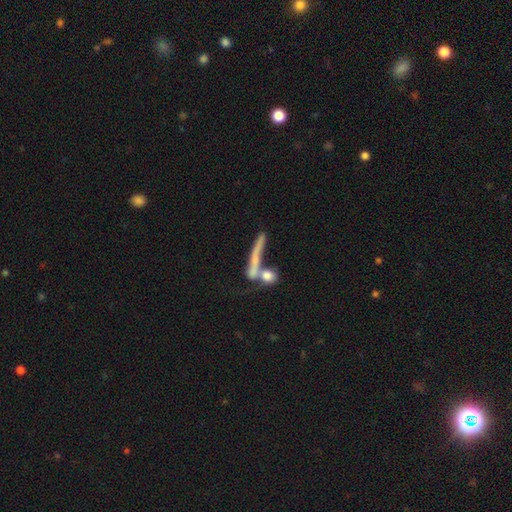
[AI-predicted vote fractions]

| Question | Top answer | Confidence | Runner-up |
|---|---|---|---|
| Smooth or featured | smooth | 49% | featured or disk (41%) |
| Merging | merger | 38% | none (34%) |